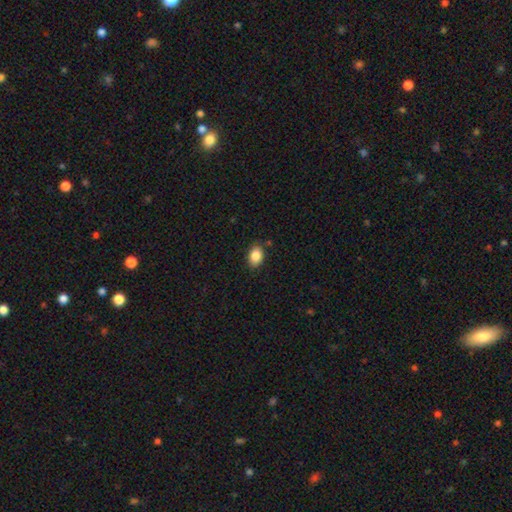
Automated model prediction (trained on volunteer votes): This is clearly a smooth galaxy (87%). How rounded: likely in between (79%). Merging: clearly none (84%).